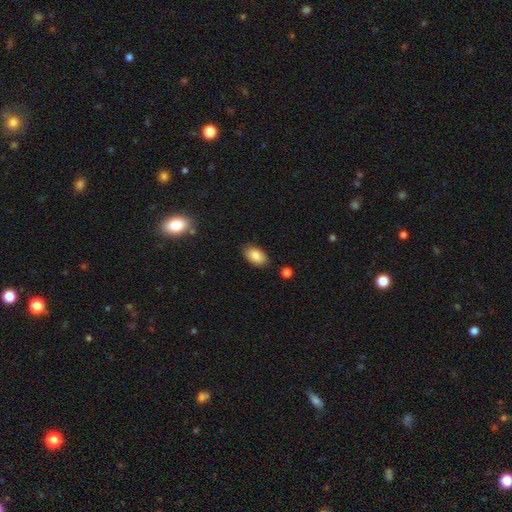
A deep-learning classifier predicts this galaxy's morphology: Smooth or featured? smooth (85%)
How rounded? in between (92%)
Merging? none (85%)